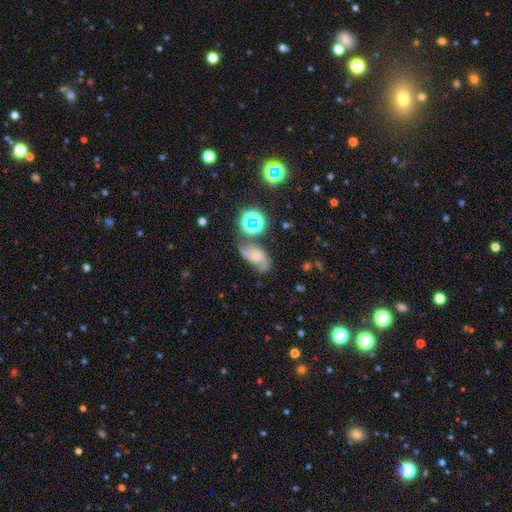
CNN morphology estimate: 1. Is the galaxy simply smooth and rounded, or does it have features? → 58% featured or disk, 24% star or artifact, 18% smooth.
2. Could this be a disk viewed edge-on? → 94% no, 6% yes.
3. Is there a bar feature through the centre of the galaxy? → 67% no, 26% weak, 7% strong.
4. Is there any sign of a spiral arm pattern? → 90% yes, 10% no.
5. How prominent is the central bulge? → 52% moderate, 41% small, 3% large, 3% none, 1% dominant.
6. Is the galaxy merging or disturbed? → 56% none, 22% minor disturbance, 13% major disturbance, 9% merger.